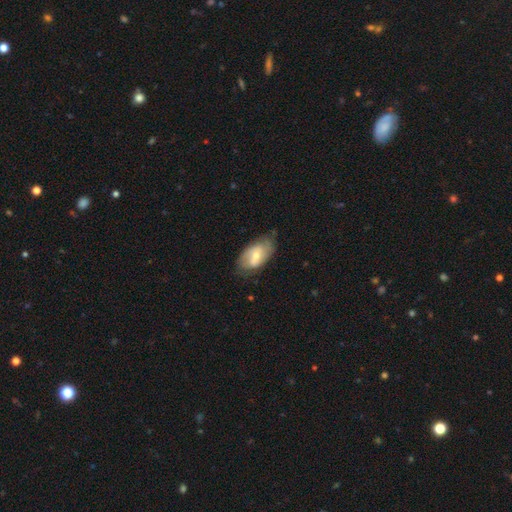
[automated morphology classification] smooth_or_featured: featured or disk (p=0.51) [alt: smooth p=0.43]
disk_edge_on: no (p=0.94) [alt: yes p=0.06]
merging: none (p=0.66) [alt: minor disturbance p=0.25]